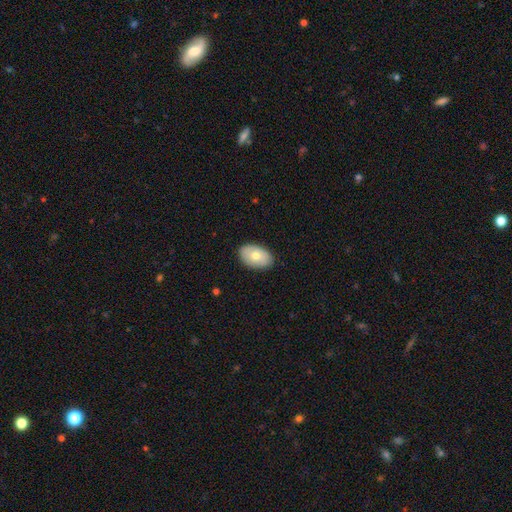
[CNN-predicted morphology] type=smooth (71%); roundness=in between (90%); merging=none (87%).